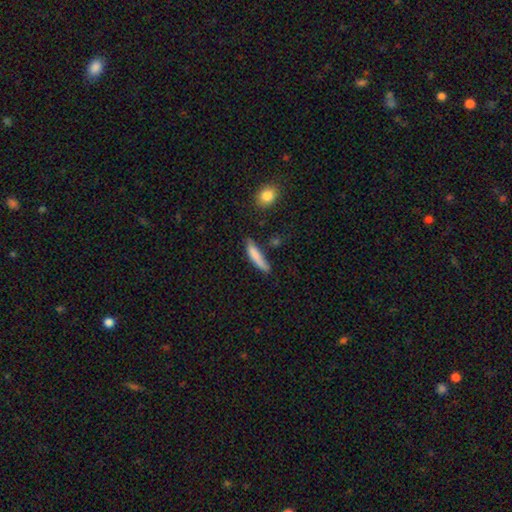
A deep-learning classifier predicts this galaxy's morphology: Smooth or featured? Predicted: smooth (p=0.80). How rounded? Predicted: cigar-shaped (p=0.86). Merging? Predicted: none (p=0.66).